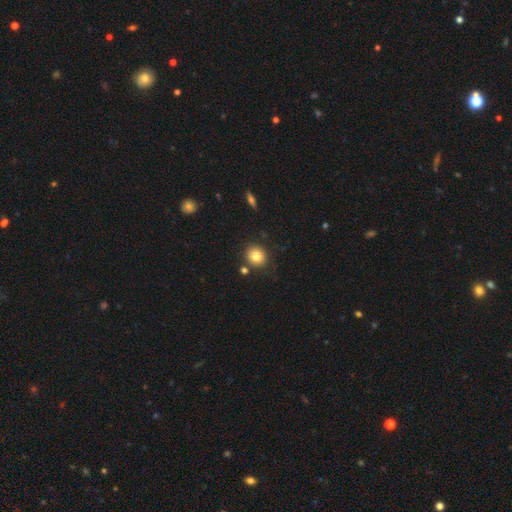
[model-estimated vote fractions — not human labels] Overall: smooth (81%). How rounded: round (82%). Merging: none (80%).